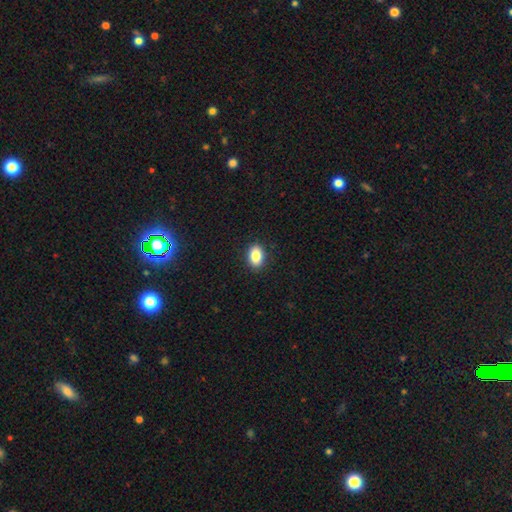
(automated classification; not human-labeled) Morphology: type=smooth (85%); roundness=in between (85%); merging=none (90%).